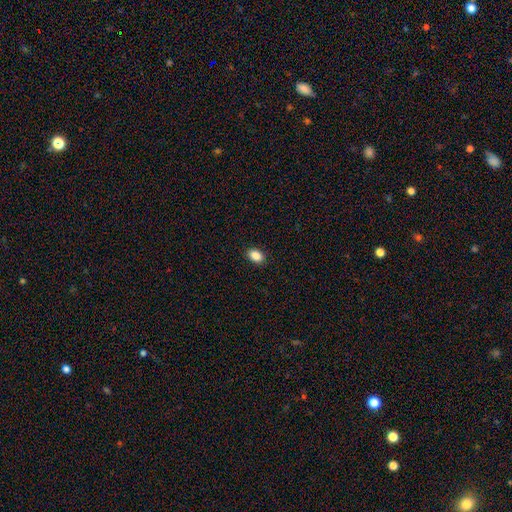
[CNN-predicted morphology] Smooth or featured: smooth — 88% (star or artifact — 9%)
How rounded: in between — 84% (round — 15%)
Merging: none — 90% (minor disturbance — 7%)